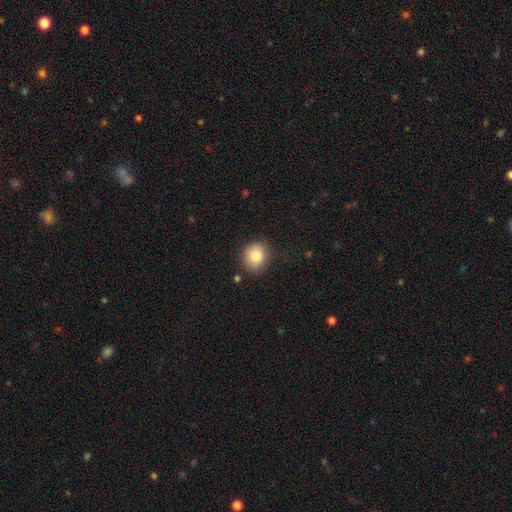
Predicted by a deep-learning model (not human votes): Overall: smooth (85%). How rounded: round (72%). Merging: none (80%).